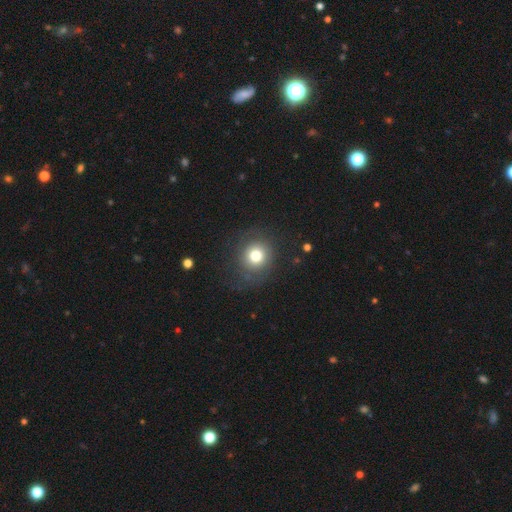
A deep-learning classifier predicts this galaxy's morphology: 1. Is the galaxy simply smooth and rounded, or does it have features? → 75% smooth, 13% featured or disk, 12% star or artifact.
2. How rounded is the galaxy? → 87% round, 12% in between, 1% cigar-shaped.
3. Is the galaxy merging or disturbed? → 77% none, 13% minor disturbance, 9% major disturbance, 1% merger.